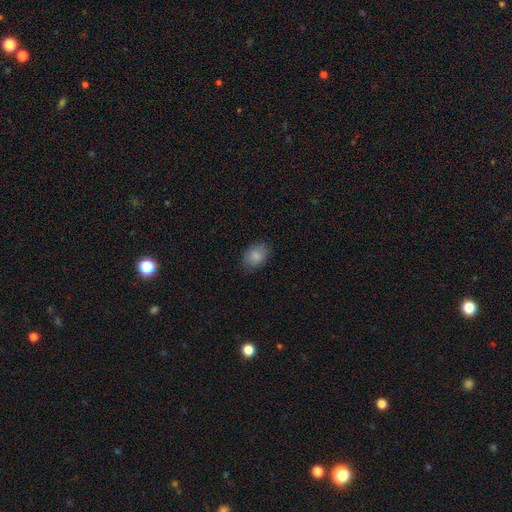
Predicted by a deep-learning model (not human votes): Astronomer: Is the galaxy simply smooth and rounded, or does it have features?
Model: smooth — 86%.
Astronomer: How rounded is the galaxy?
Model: in between — 75%.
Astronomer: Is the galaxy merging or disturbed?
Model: none — 82%.